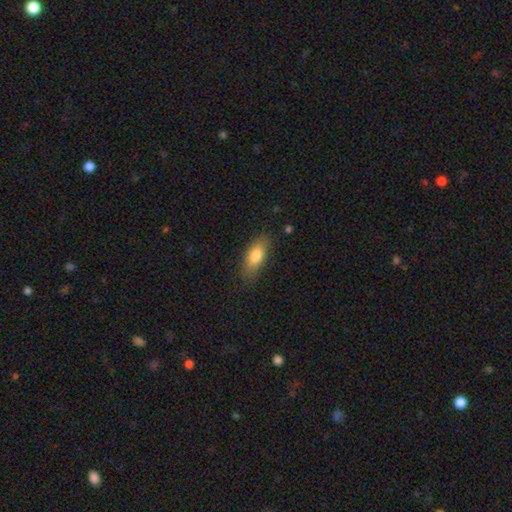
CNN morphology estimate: Smooth or featured? smooth (80%)
How rounded? in between (79%)
Merging? none (80%)